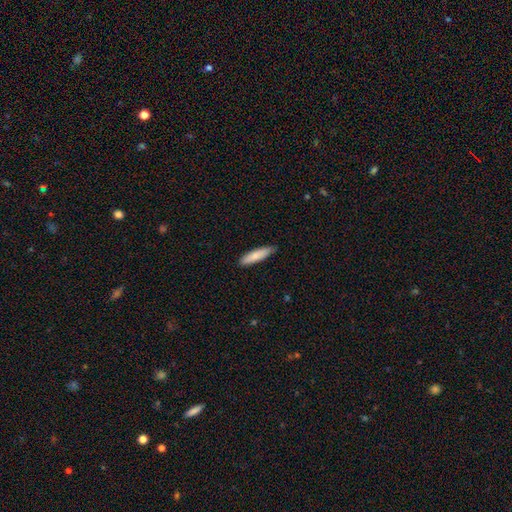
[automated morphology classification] Smooth or featured: smooth — 82% (featured or disk — 13%)
How rounded: cigar-shaped — 77% (in between — 22%)
Merging: none — 85% (minor disturbance — 12%)